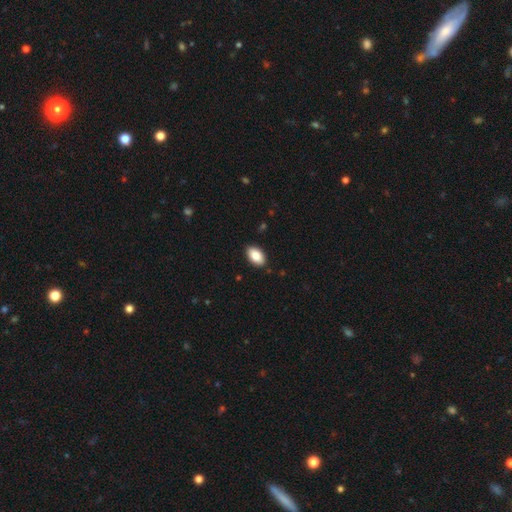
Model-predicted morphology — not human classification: Q: Smooth or featured?
A: smooth (86%); runner-up: featured or disk (7%)
Q: How rounded?
A: in between (94%); runner-up: round (4%)
Q: Merging?
A: none (89%); runner-up: minor disturbance (8%)